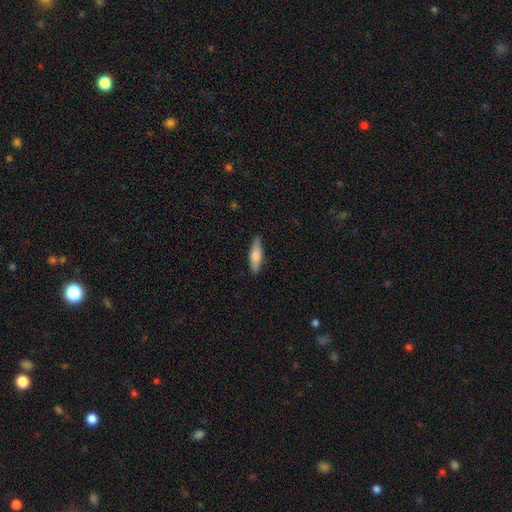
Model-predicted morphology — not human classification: Smooth or featured?
  - smooth: 75% *
  - featured or disk: 20%
  - star or artifact: 5%
How rounded?
  - cigar-shaped: 56% *
  - in between: 42%
  - round: 2%
Merging?
  - none: 87% *
  - minor disturbance: 10%
  - major disturbance: 2%
  - merger: 1%